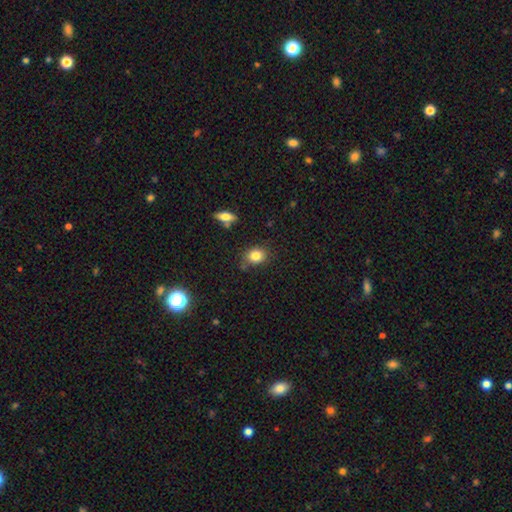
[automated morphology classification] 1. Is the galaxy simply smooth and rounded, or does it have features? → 83% smooth, 10% star or artifact, 7% featured or disk.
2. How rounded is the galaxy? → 53% round, 46% in between, 1% cigar-shaped.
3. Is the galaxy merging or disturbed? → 74% none, 16% minor disturbance, 5% merger, 4% major disturbance.